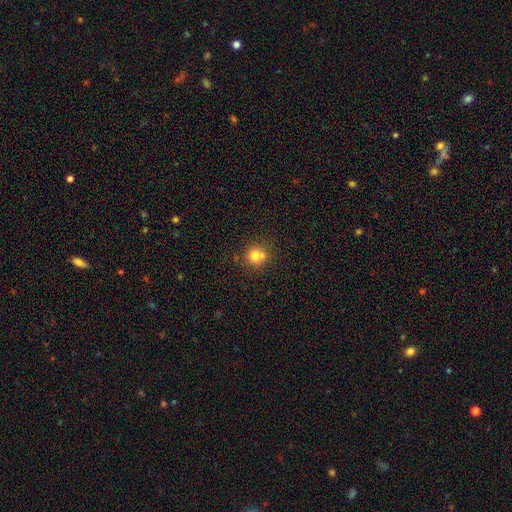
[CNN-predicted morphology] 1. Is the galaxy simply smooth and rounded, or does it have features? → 75% smooth, 13% star or artifact, 12% featured or disk.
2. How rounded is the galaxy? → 85% round, 14% in between, 1% cigar-shaped.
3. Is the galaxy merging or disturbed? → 58% none, 26% merger, 13% minor disturbance, 4% major disturbance.